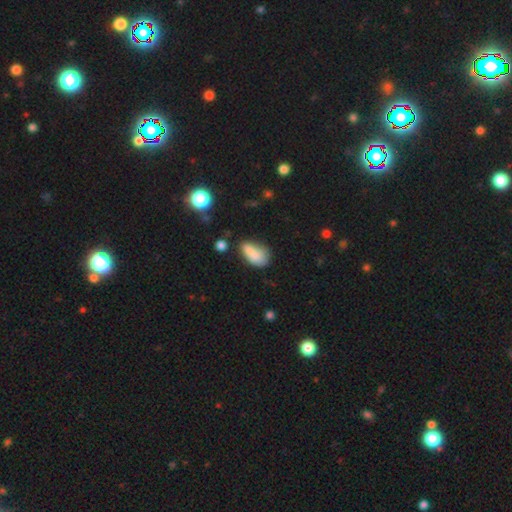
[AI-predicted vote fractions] smooth-or-featured: smooth: 77% | featured or disk: 13% | star or artifact: 10%
  how-rounded: in between: 87% | round: 7% | cigar-shaped: 6%
  merging: none: 40% | minor disturbance: 27% | merger: 21% | major disturbance: 12%